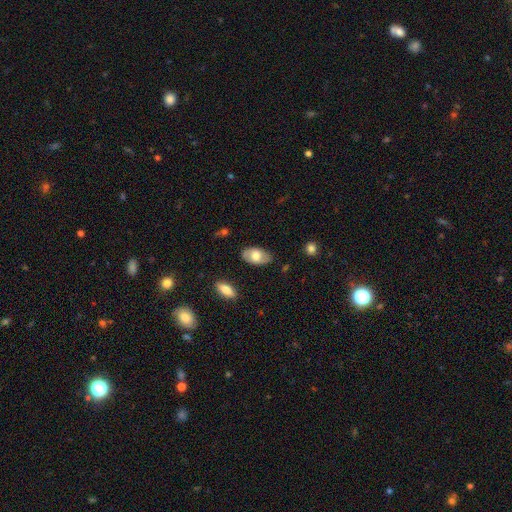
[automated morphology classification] smooth_or_featured: smooth (p=0.61) [alt: featured or disk p=0.33]
how_rounded: in between (p=0.93) [alt: round p=0.04]
merging: none (p=0.79) [alt: minor disturbance p=0.16]